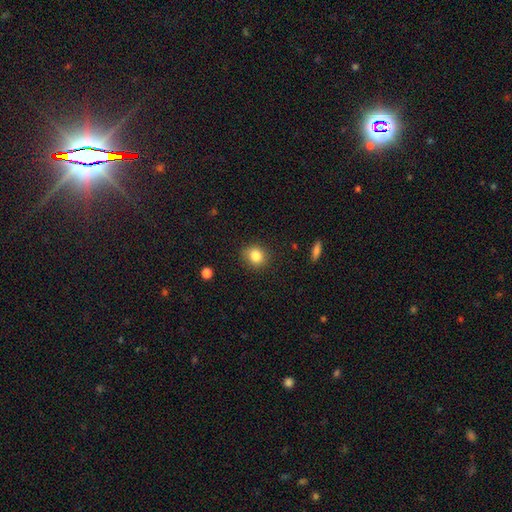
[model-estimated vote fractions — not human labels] A smooth galaxy with no disk features (84%) that is round (76%).

Vote fractions:
- Smooth or featured? smooth: 84% / star or artifact: 10% / featured or disk: 6%
- How rounded? round: 76% / in between: 23% / cigar-shaped: 1%
- Merging? none: 84% / minor disturbance: 12% / major disturbance: 3% / merger: 1%